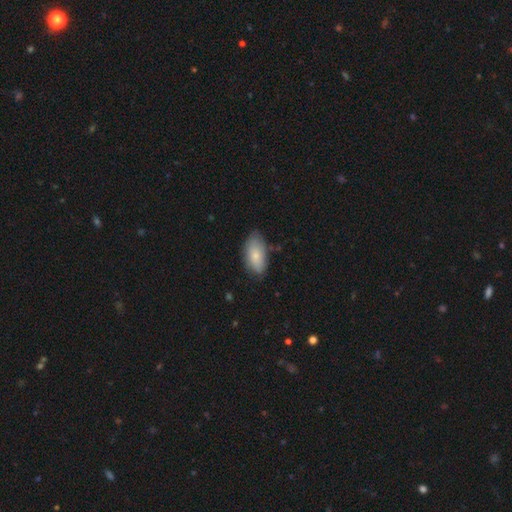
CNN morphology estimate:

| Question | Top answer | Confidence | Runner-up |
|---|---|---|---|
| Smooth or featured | smooth | 79% | featured or disk (14%) |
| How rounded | in between | 93% | cigar-shaped (5%) |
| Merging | none | 73% | minor disturbance (22%) |